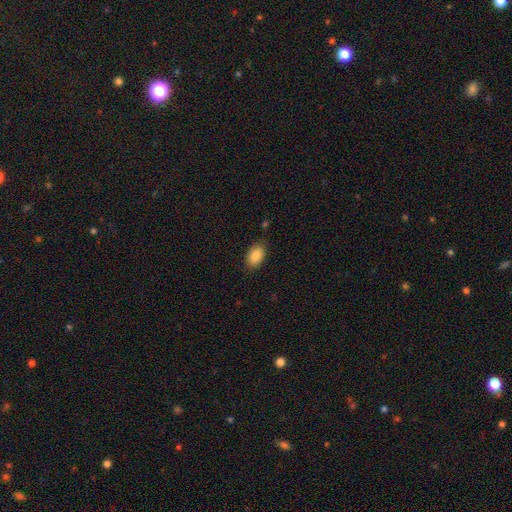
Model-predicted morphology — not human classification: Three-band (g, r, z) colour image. It shows a smooth galaxy with no disk features (89%) that is in between round and cigar-shaped (92%). Merging: none (84%).